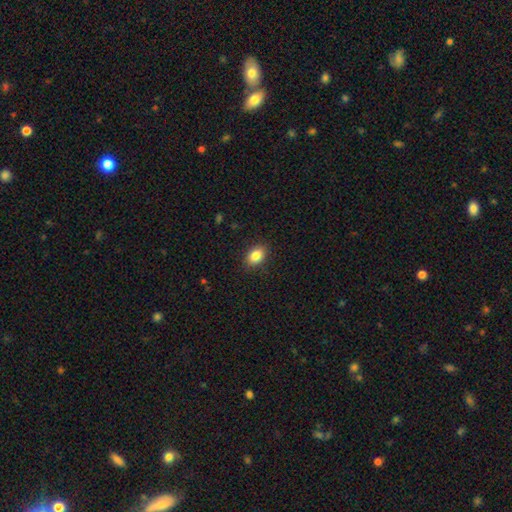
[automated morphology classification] Smooth or featured?
  - smooth: 86% *
  - star or artifact: 9%
  - featured or disk: 5%
How rounded?
  - in between: 78% *
  - round: 21%
  - cigar-shaped: 1%
Merging?
  - none: 88% *
  - minor disturbance: 9%
  - major disturbance: 2%
  - merger: 1%